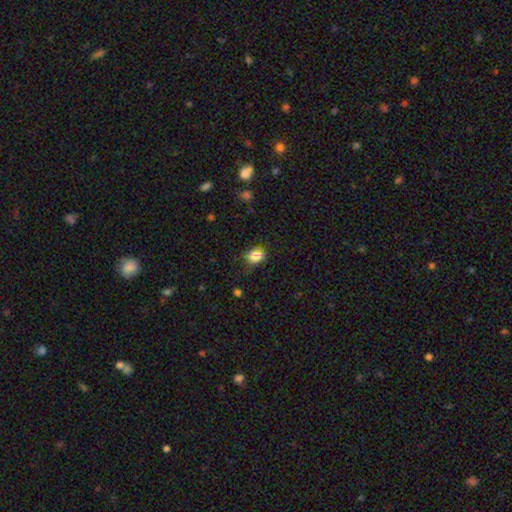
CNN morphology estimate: Smooth or featured? Predicted: smooth (p=0.85). How rounded? Predicted: in between (p=0.51). Merging? Predicted: none (p=0.68).